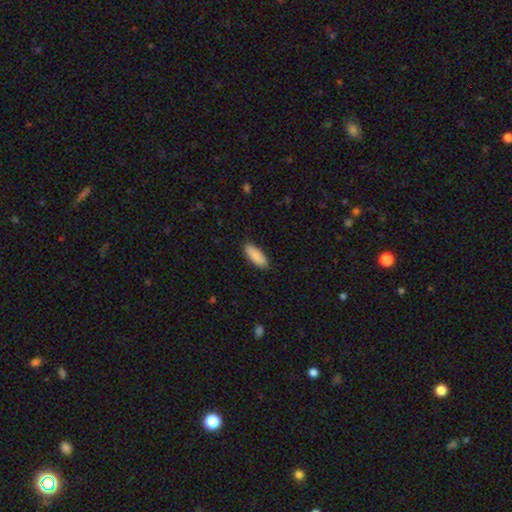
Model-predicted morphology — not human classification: smooth-or-featured: smooth: 89% | star or artifact: 6% | featured or disk: 6%
  how-rounded: in between: 75% | cigar-shaped: 24% | round: 2%
  merging: none: 87% | minor disturbance: 10% | major disturbance: 2% | merger: 1%